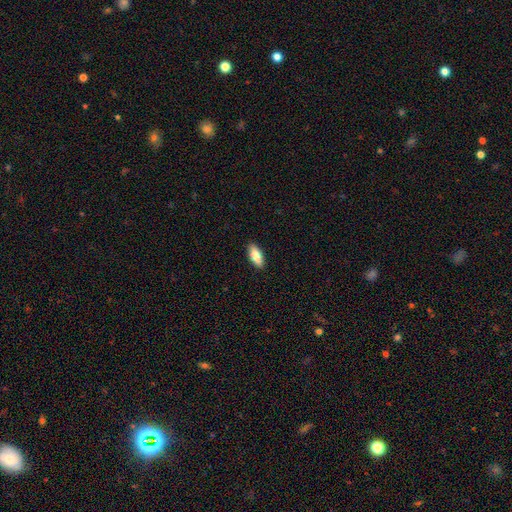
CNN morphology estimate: A smooth galaxy with no disk features (81%) that is in between round and cigar-shaped (80%). Merging: none (90%).